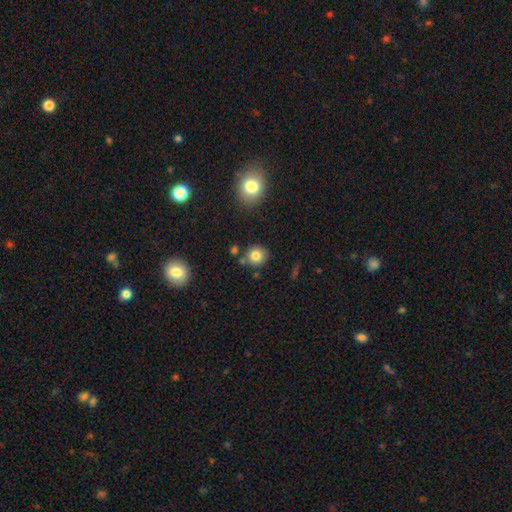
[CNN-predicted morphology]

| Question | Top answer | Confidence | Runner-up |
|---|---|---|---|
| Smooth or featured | smooth | 80% | star or artifact (11%) |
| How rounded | round | 86% | in between (13%) |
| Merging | none | 78% | minor disturbance (10%) |